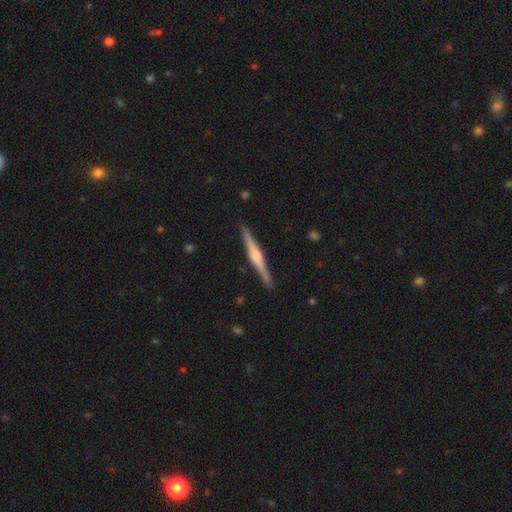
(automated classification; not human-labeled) The model was most divided on "edge-on bulge": rounded: 70%, boxy: 22%, none: 9%. More confident: edge-on disk — yes (98%); merging — none (90%); smooth or featured — featured or disk (73%).